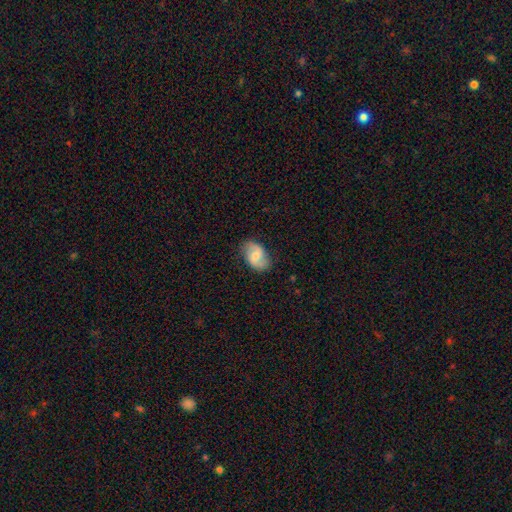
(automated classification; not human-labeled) Smooth or featured: featured or disk — 54% (smooth — 39%)
Edge-on disk: no — 97% (yes — 3%)
Bar: no — 46% (weak — 45%)
Spiral arms: yes — 87% (no — 13%)
Bulge size: moderate — 52% (small — 39%)
Merging: none — 78% (minor disturbance — 17%)